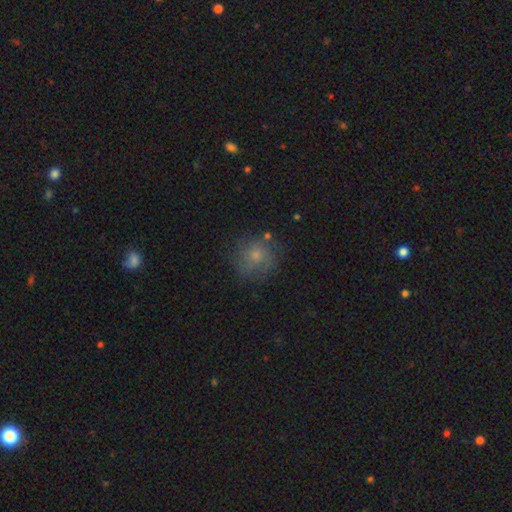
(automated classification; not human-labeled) smooth 64%, featured or disk 24%, star or artifact 13%. Down the decision tree: how rounded — round (82%); merging — none (65%).